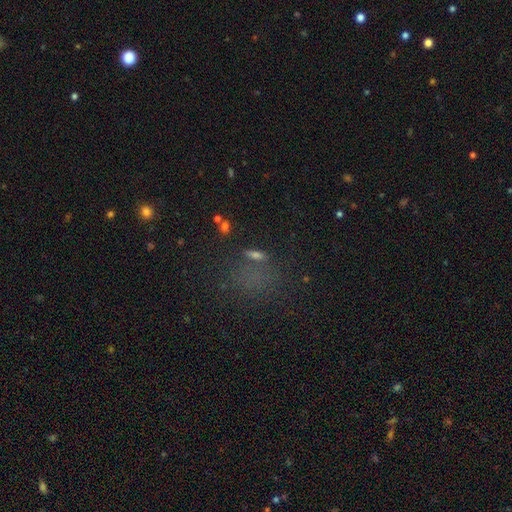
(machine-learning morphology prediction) This appears to be a smooth galaxy with no disk features (51%) that is in between round and cigar-shaped (66%). Merging: none (52%).